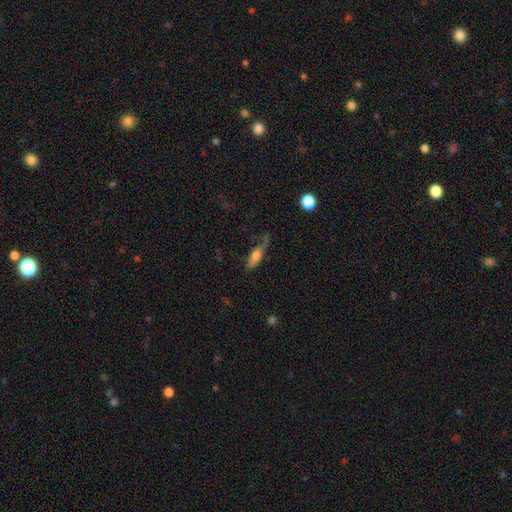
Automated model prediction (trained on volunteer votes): This appears to be a smooth galaxy with no disk features (61%) that is cigar-shaped (53%). Merging: none (46%).